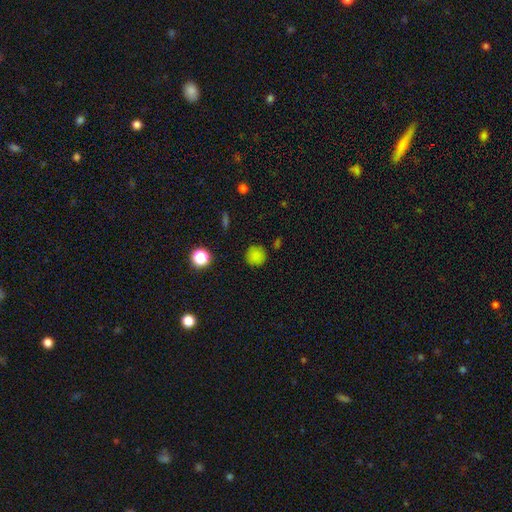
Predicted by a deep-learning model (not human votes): This appears to be a smooth galaxy with no disk features (82%) that is round (94%). Merging: none (87%).